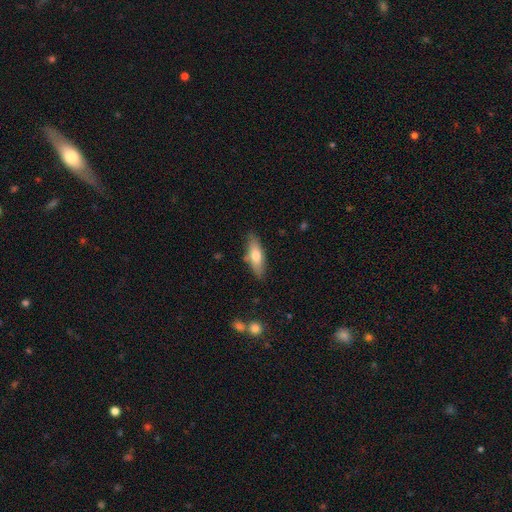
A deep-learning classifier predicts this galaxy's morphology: smooth_or_featured: smooth (p=0.66) [alt: featured or disk p=0.28]
how_rounded: in between (p=0.56) [alt: cigar-shaped p=0.42]
merging: none (p=0.80) [alt: minor disturbance p=0.15]